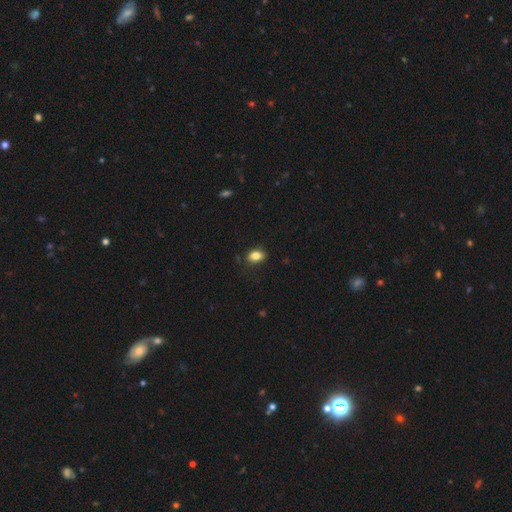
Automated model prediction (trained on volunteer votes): smooth 84%, star or artifact 9%, featured or disk 7%. Down the decision tree: how rounded — in between (82%); merging — none (82%).